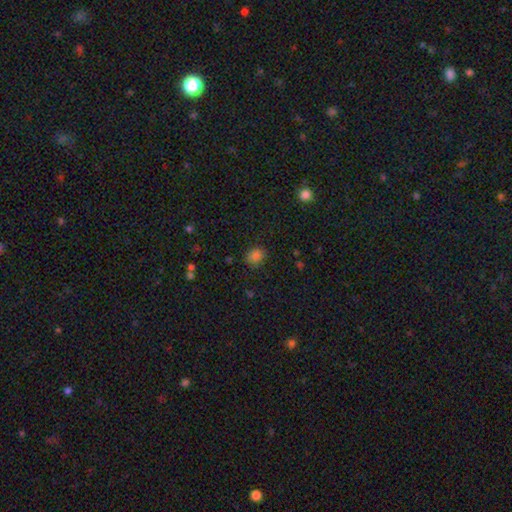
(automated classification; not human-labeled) Smooth or featured? smooth (80%)
How rounded? round (52%)
Merging? none (80%)